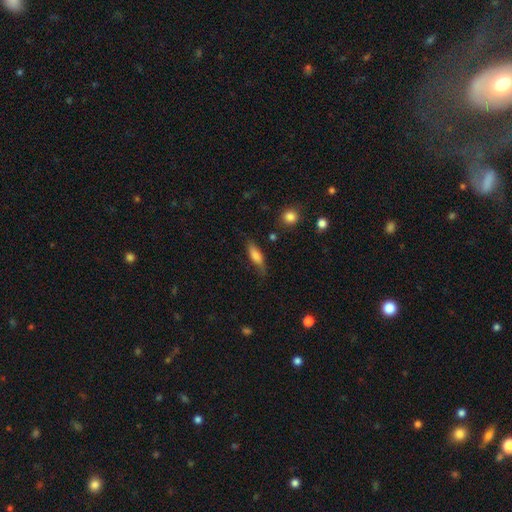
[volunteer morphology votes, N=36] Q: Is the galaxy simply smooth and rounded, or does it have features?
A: smooth — 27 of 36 (75%).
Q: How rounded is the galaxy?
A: in between — 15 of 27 (56%).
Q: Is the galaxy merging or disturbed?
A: none — 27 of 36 (75%).